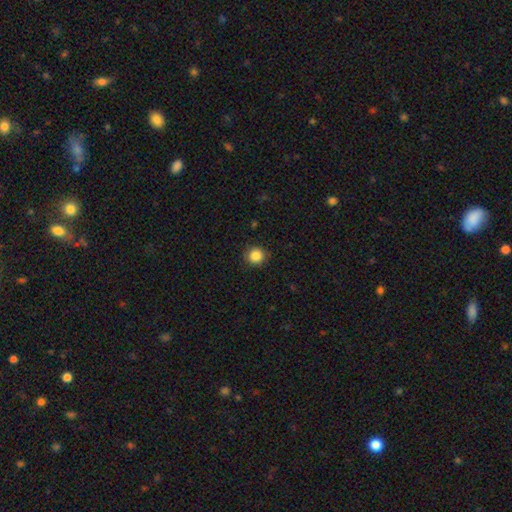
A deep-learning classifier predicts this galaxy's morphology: This appears to be a smooth galaxy with no disk features (86%) that is round (94%). Merging: none (90%).